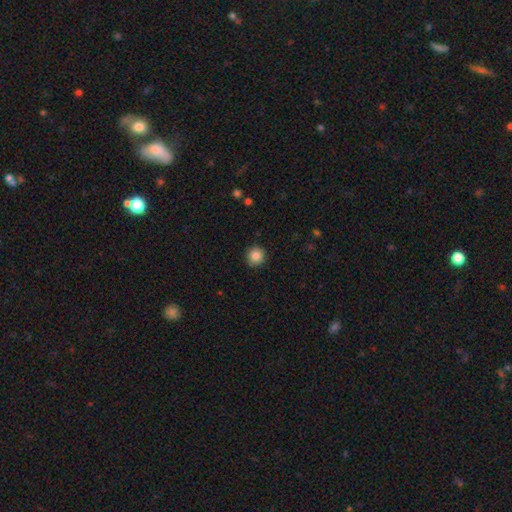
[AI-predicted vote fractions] A smooth galaxy with no disk features (86%) that is round (95%). Merging: none (91%).